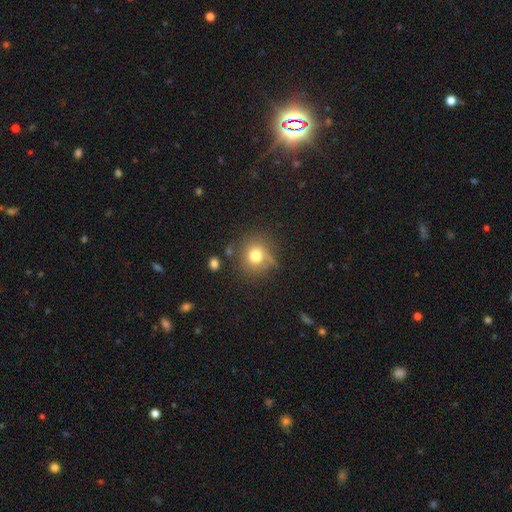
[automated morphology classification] Smooth or featured? Predicted: smooth (p=0.74). How rounded? Predicted: round (p=0.87). Merging? Predicted: none (p=0.69).